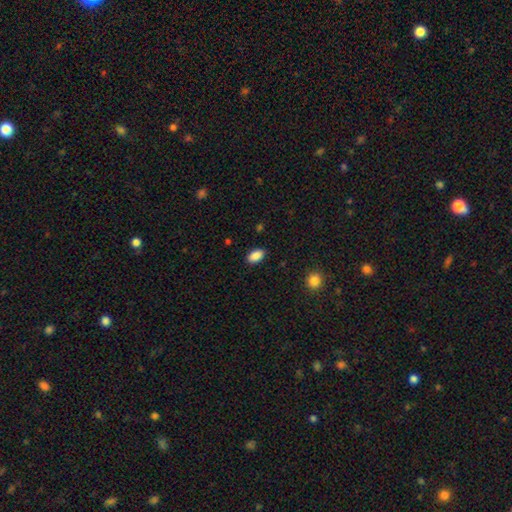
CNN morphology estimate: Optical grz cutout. It shows a smooth galaxy with no disk features (89%) that is in between round and cigar-shaped (92%). Merging: none (88%).